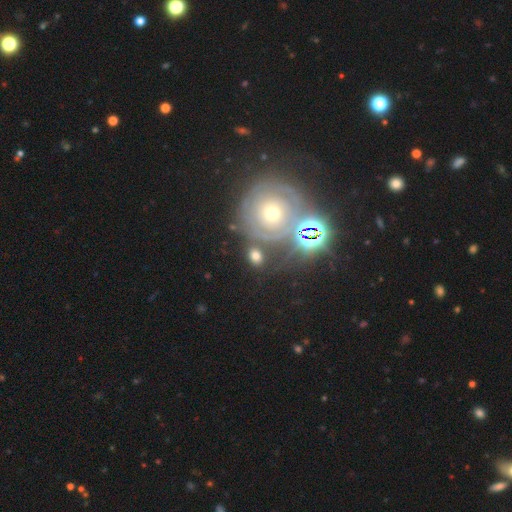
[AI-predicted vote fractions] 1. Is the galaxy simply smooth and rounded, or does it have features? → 55% smooth, 27% featured or disk, 19% star or artifact.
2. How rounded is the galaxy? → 49% in between, 48% round, 2% cigar-shaped.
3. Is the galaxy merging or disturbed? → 66% none, 14% minor disturbance, 13% merger, 7% major disturbance.